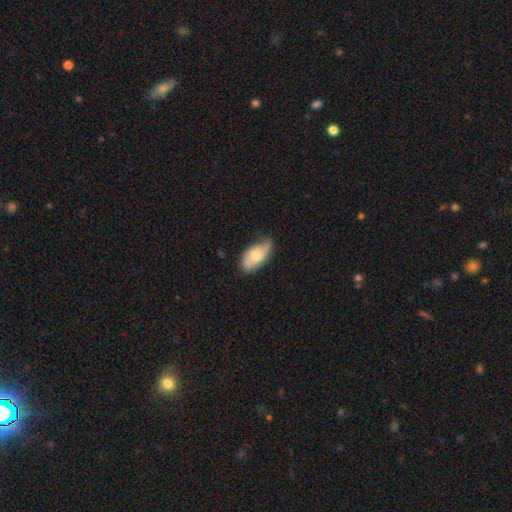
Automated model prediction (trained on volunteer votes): Morphology: type=smooth (58%); roundness=in between (90%); merging=none (59%).